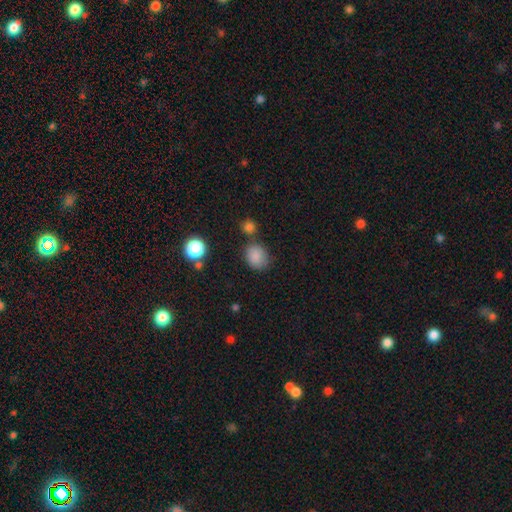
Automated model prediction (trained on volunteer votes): The model was most divided on "how rounded": round: 56%, in between: 43%, cigar-shaped: 1%. More confident: smooth or featured — smooth (84%); merging — none (68%).